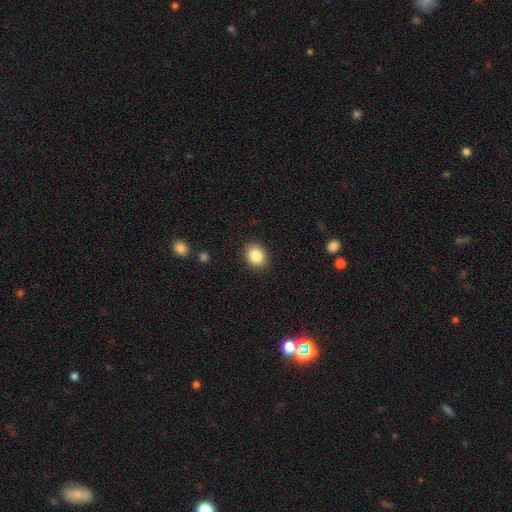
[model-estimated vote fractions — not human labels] This appears to be a smooth galaxy with no disk features (86%) that is round (58%). Merging: none (89%).